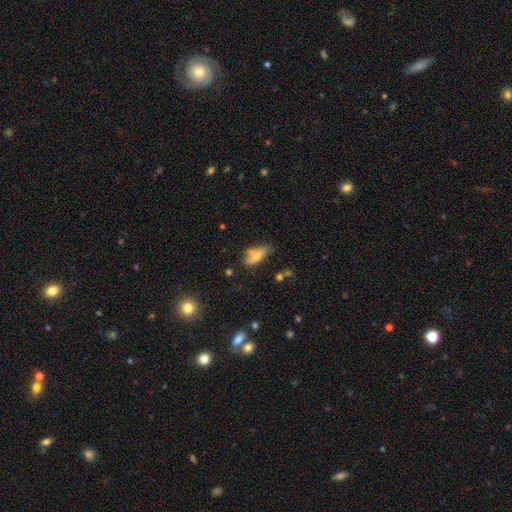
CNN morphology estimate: The model was most divided on "merging": none: 44%, minor disturbance: 29%, major disturbance: 13%, merger: 13%. More confident: how rounded — in between (69%); smooth or featured — smooth (63%).